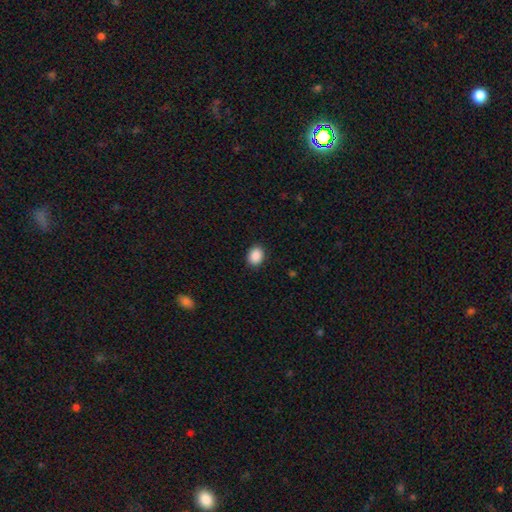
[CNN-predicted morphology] smooth 90%, star or artifact 8%, featured or disk 2%. Down the decision tree: how rounded — in between (62%); merging — none (89%).